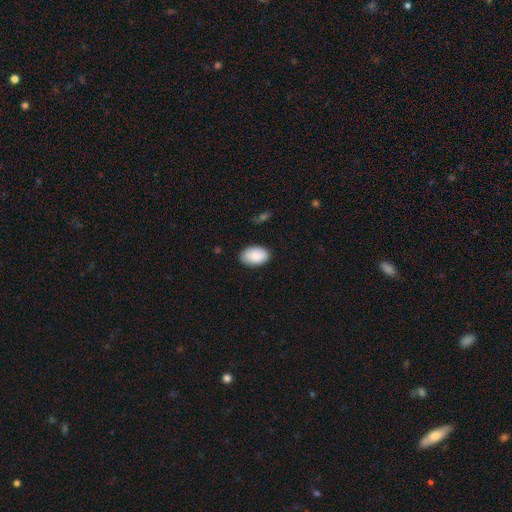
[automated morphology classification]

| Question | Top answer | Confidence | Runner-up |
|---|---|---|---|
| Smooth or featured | smooth | 88% | star or artifact (6%) |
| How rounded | in between | 92% | round (7%) |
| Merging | none | 84% | minor disturbance (12%) |